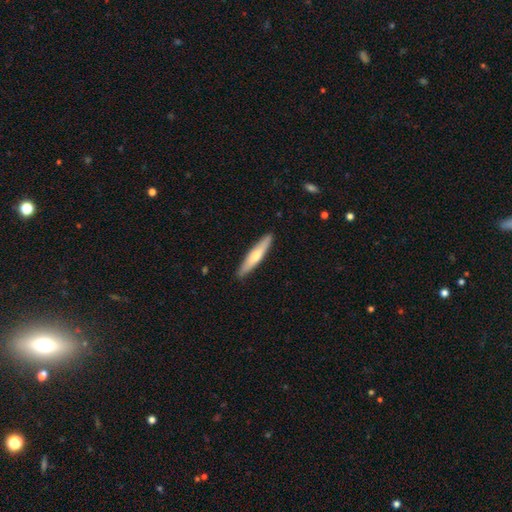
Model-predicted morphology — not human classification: This is possibly a smooth galaxy (56%). How rounded: clearly cigar-shaped (89%). Merging: clearly none (90%).